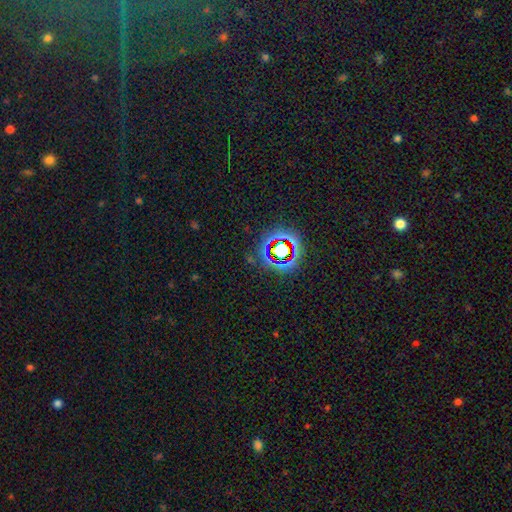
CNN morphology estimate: Q: Smooth or featured?
A: star or artifact (79%); runner-up: smooth (12%)